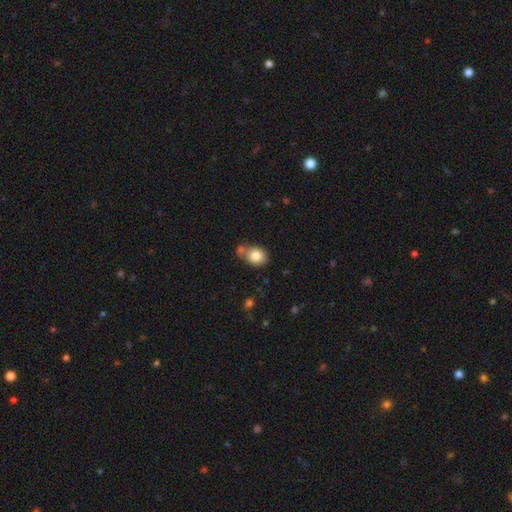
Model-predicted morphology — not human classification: type=smooth (82%); roundness=in between (54%); merging=none (53%).